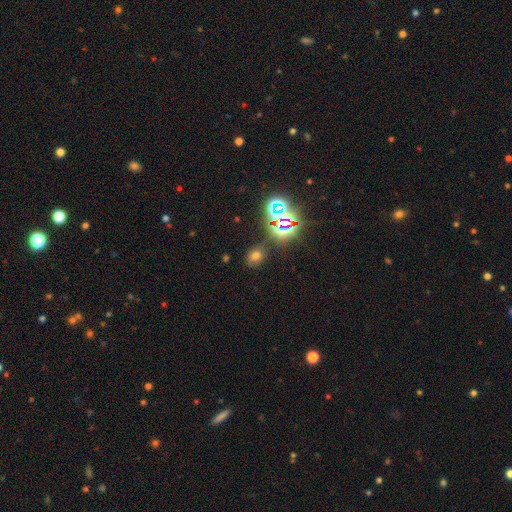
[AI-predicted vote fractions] A smooth galaxy with no disk features (55%) that is in between round and cigar-shaped (58%).

Vote fractions:
- Smooth or featured? smooth: 55% / star or artifact: 34% / featured or disk: 11%
- How rounded? in between: 58% / round: 41% / cigar-shaped: 1%
- Merging? none: 79% / minor disturbance: 13% / major disturbance: 4% / merger: 4%